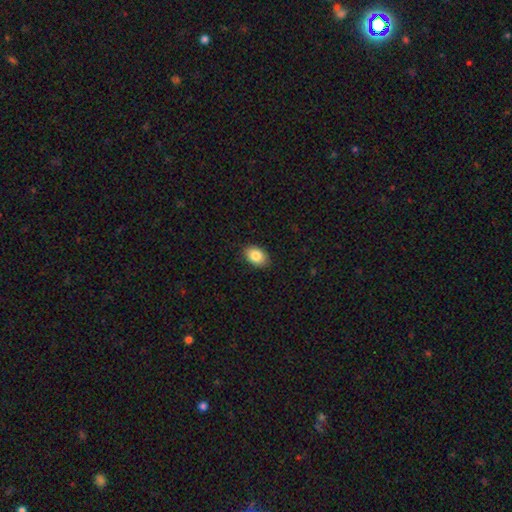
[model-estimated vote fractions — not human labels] Smooth or featured: smooth — 86% (star or artifact — 8%)
How rounded: in between — 85% (round — 14%)
Merging: none — 88% (minor disturbance — 9%)